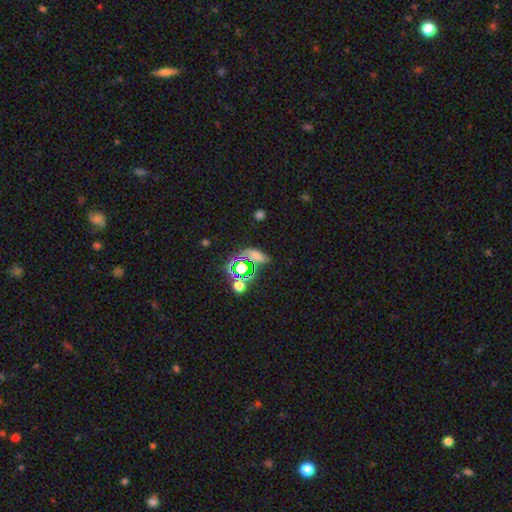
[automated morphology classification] A smooth galaxy with no disk features (47%). Merging: none (70%).